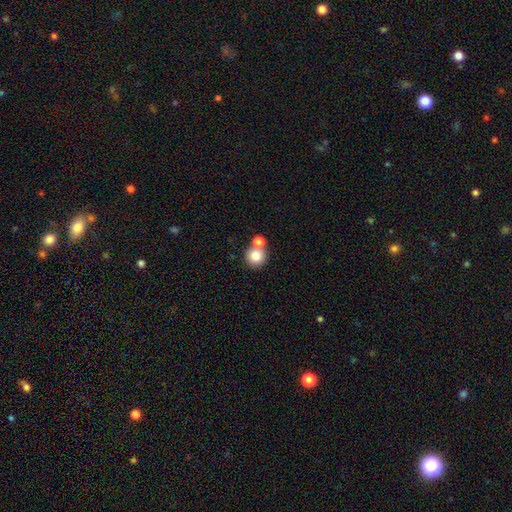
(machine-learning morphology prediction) This appears to be a smooth galaxy with no disk features (80%) that is round (92%). Merging: none (56%).